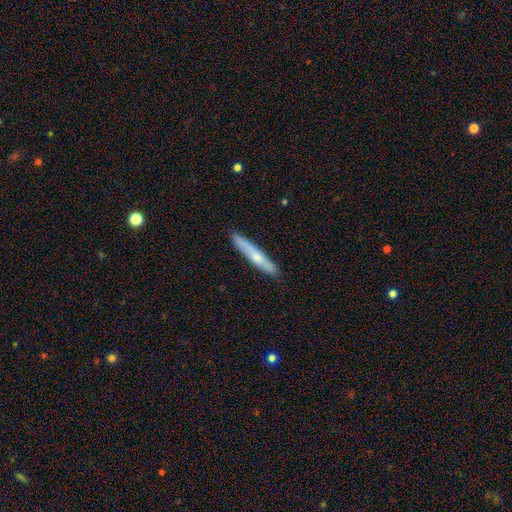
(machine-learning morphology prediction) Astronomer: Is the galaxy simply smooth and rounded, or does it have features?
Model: smooth — 61%.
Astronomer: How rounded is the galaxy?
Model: cigar-shaped — 93%.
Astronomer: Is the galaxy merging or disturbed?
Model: none — 88%.